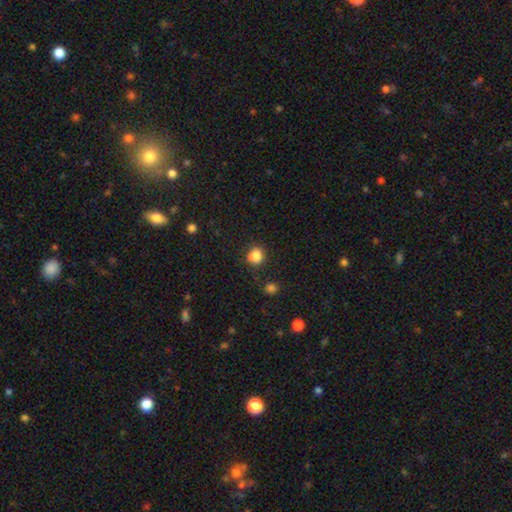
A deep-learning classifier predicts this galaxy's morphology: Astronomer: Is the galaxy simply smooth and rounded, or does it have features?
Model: smooth — 82%.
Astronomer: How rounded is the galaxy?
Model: round — 70%.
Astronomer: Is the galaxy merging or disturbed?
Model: none — 63%.